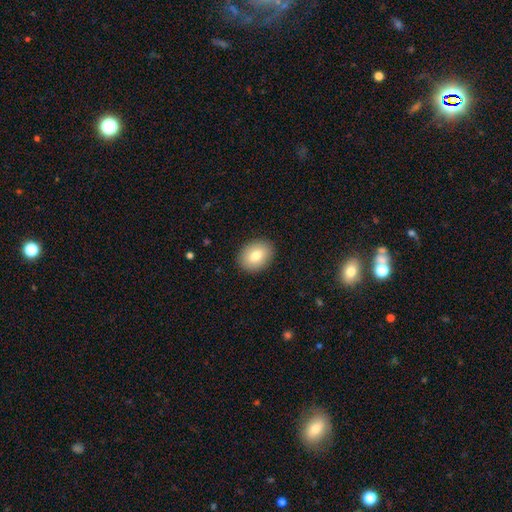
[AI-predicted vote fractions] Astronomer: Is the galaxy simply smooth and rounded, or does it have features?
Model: smooth — 79%.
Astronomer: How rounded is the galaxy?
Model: in between — 68%.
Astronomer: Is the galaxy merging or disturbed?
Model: none — 89%.